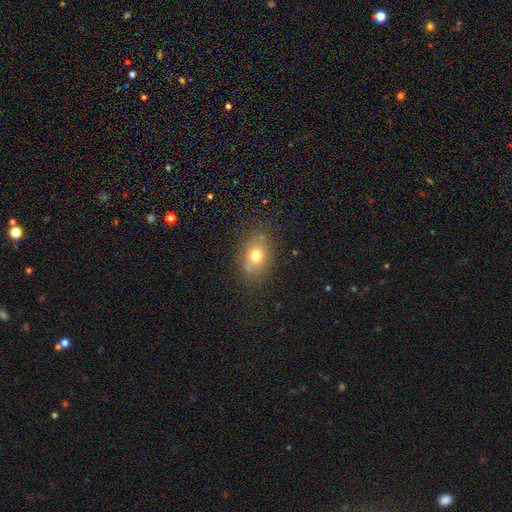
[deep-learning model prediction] A smooth galaxy with no disk features (71%) that is in between round and cigar-shaped (58%).

Vote fractions:
- Smooth or featured? smooth: 71% / featured or disk: 15% / star or artifact: 14%
- How rounded? in between: 58% / round: 41% / cigar-shaped: 2%
- Merging? none: 73% / minor disturbance: 16% / merger: 7% / major disturbance: 5%